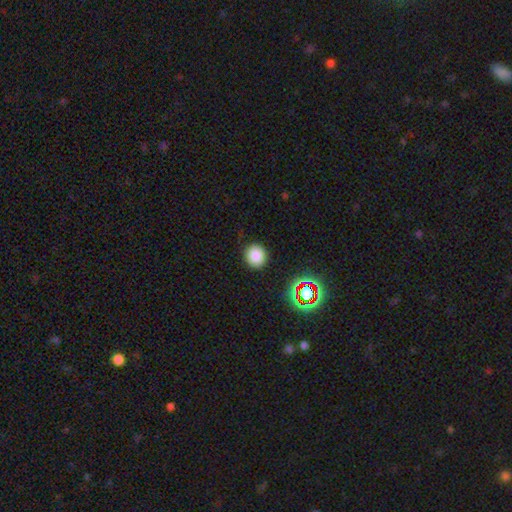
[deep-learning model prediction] smooth-or-featured: smooth: 81% | star or artifact: 14% | featured or disk: 5%
  how-rounded: round: 91% | in between: 8% | cigar-shaped: 1%
  merging: none: 89% | minor disturbance: 7% | major disturbance: 2% | merger: 1%